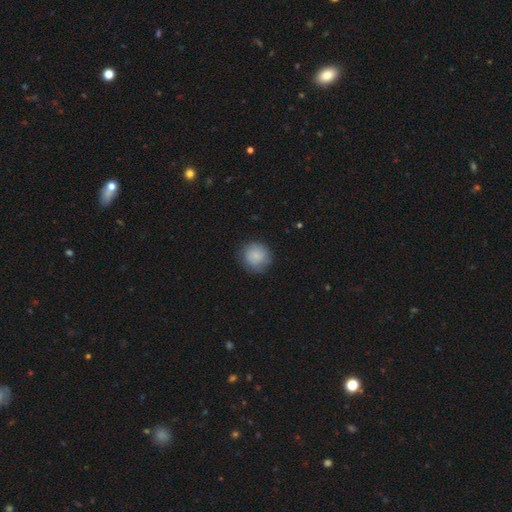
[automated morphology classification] A smooth galaxy with no disk features (85%) that is round (93%).

Vote fractions:
- Smooth or featured? smooth: 85% / featured or disk: 8% / star or artifact: 7%
- How rounded? round: 93% / in between: 6% / cigar-shaped: 1%
- Merging? none: 82% / minor disturbance: 13% / major disturbance: 4% / merger: 1%